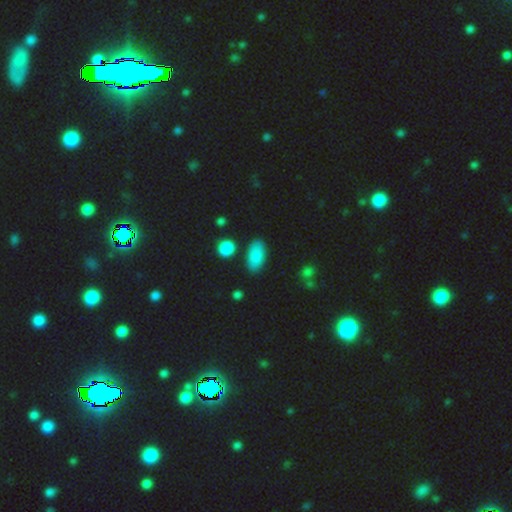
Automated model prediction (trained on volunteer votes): A smooth galaxy with no disk features (85%) that is in between round and cigar-shaped (91%). Merging: none (82%).